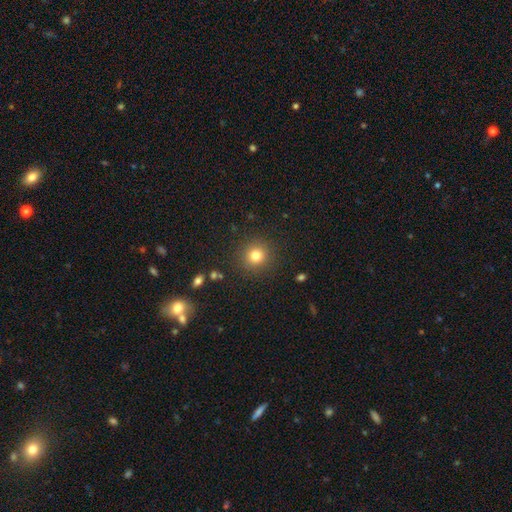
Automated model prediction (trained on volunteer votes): The model was most divided on "smooth or featured": smooth: 80%, star or artifact: 13%, featured or disk: 7%. More confident: how rounded — round (93%); merging — none (90%).